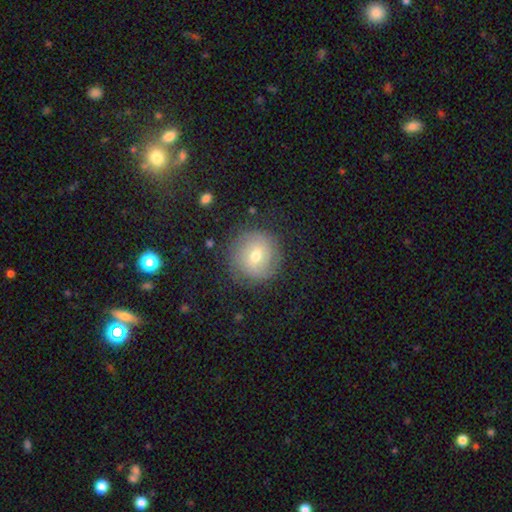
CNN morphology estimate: A smooth galaxy with no disk features (51%) that is round (92%).

Vote fractions:
- Smooth or featured? smooth: 51% / featured or disk: 38% / star or artifact: 10%
- How rounded? round: 92% / in between: 7% / cigar-shaped: 1%
- Merging? none: 81% / minor disturbance: 13% / major disturbance: 5% / merger: 1%